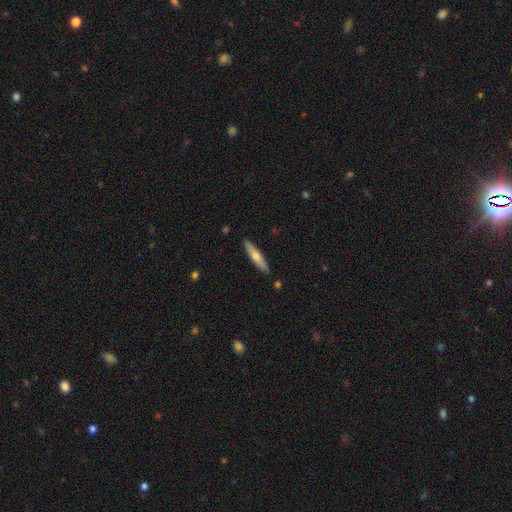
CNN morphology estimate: smooth-or-featured: smooth: 48% | featured or disk: 46% | star or artifact: 6%
  merging: none: 90% | minor disturbance: 7% | merger: 1% | major disturbance: 1%